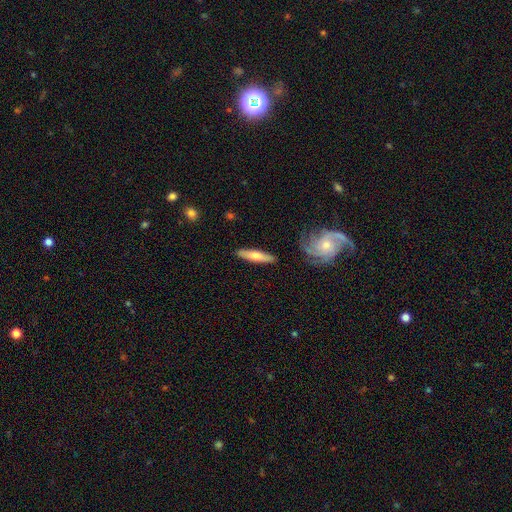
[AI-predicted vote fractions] Morphology: type=smooth (63%); roundness=cigar-shaped (79%); merging=none (86%).